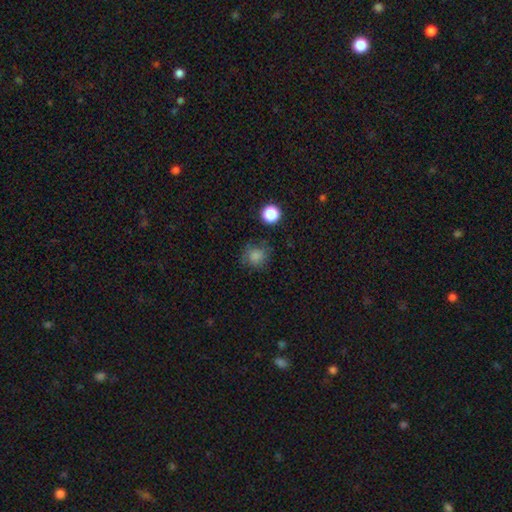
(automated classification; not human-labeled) This appears to be a smooth galaxy with no disk features (79%) that is round (85%). Merging: none (74%).